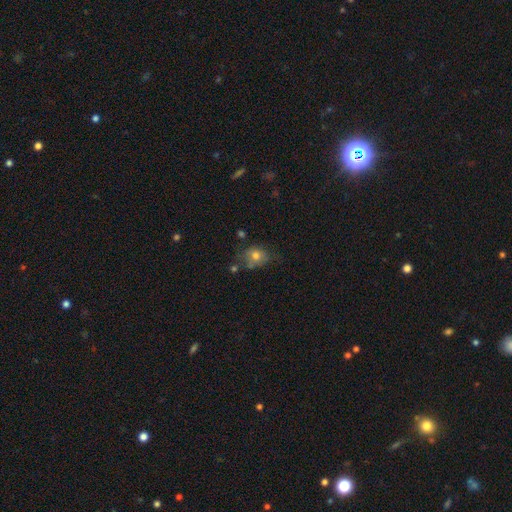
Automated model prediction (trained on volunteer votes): Overall: smooth (72%). How rounded: round (56%; in between 43%). Merging: none (50%; minor disturbance 29%).